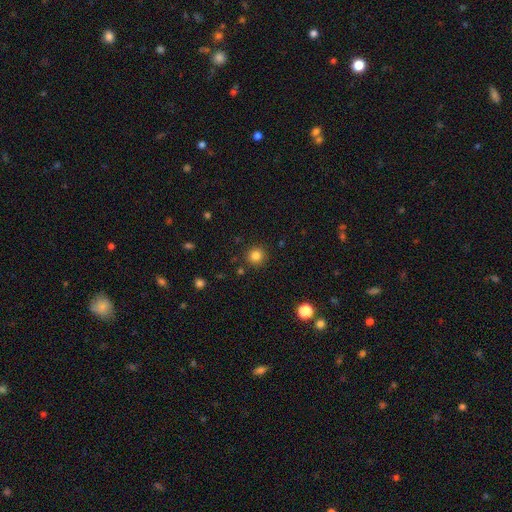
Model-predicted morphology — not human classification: type=smooth (83%); roundness=round (92%); merging=none (89%).